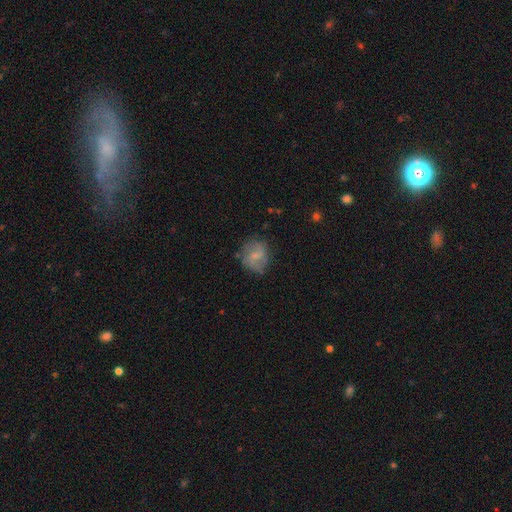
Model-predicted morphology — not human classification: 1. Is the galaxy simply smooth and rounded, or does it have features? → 51% featured or disk, 42% smooth, 8% star or artifact.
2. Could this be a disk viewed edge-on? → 97% no, 3% yes.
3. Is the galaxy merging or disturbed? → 68% none, 22% minor disturbance, 8% major disturbance, 2% merger.